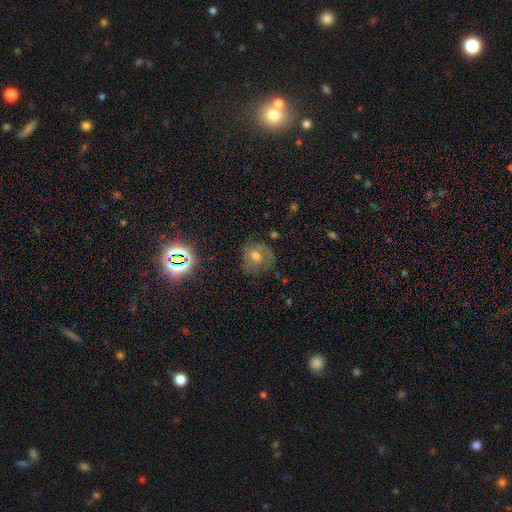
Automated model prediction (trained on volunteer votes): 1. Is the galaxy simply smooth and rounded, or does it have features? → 45% featured or disk, 41% smooth, 15% star or artifact.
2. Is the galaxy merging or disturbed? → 63% none, 23% minor disturbance, 12% major disturbance, 2% merger.